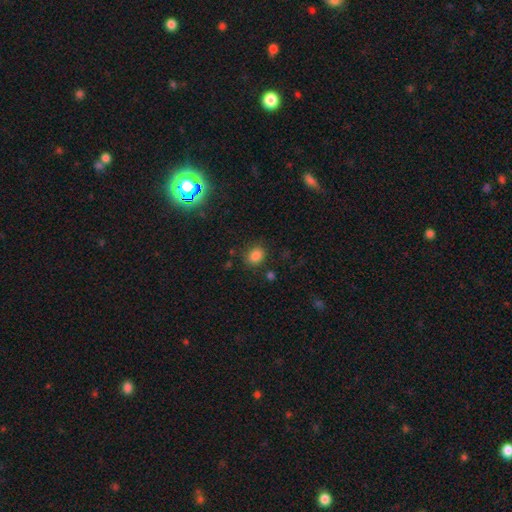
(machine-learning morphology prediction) Smooth or featured: smooth — 83% (star or artifact — 13%)
How rounded: round — 57% (in between — 42%)
Merging: none — 79% (minor disturbance — 13%)